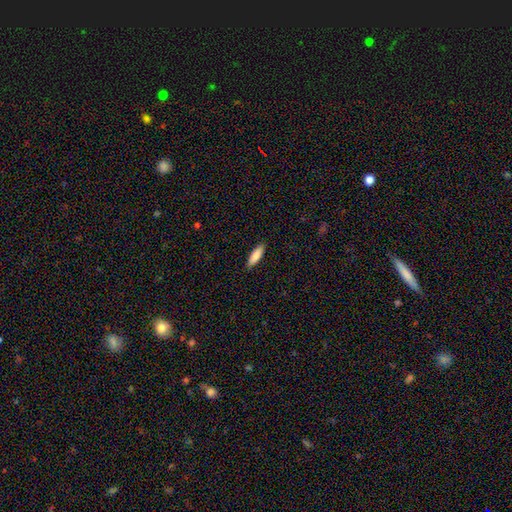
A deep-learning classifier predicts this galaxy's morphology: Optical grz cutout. It shows a smooth galaxy with no disk features (86%) that is cigar-shaped (61%). Merging: none (89%).